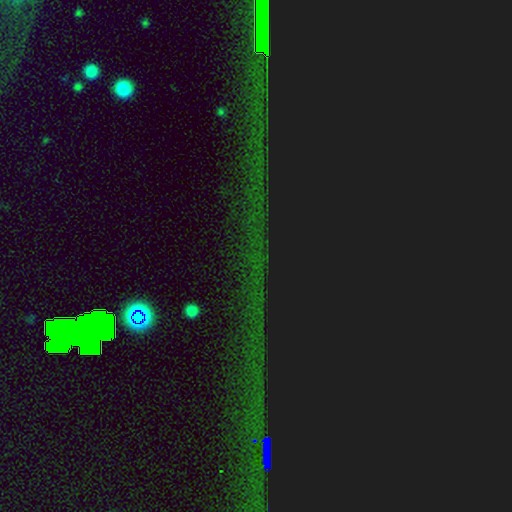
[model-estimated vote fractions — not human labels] smooth_or_featured: star or artifact (p=0.79) [alt: featured or disk p=0.12]